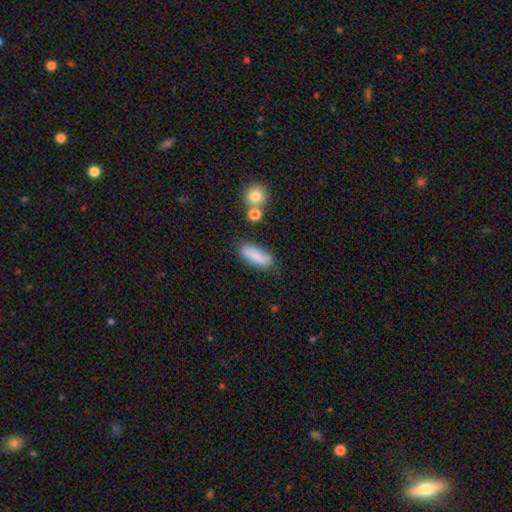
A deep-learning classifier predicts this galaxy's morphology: Smooth or featured? Predicted: smooth (p=0.81). How rounded? Predicted: in between (p=0.59). Merging? Predicted: none (p=0.67).